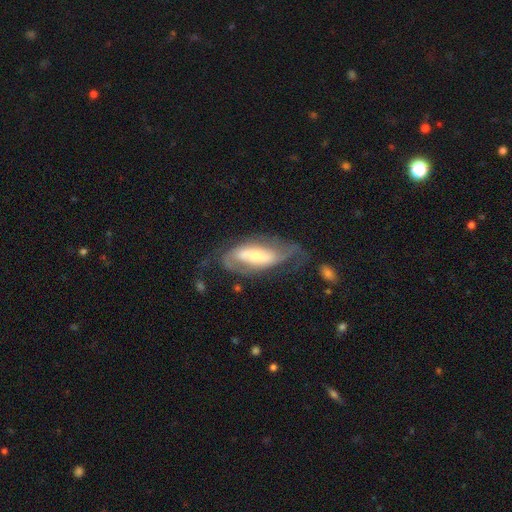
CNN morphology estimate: featured or disk 76%, smooth 19%, star or artifact 6%. Down the decision tree: edge-on disk — no (90%); bar — strong (50%); spiral arms — yes (88%); spiral arm count — 2 (78%); spiral winding — medium (43%); bulge size — small (39%); merging — none (49%).